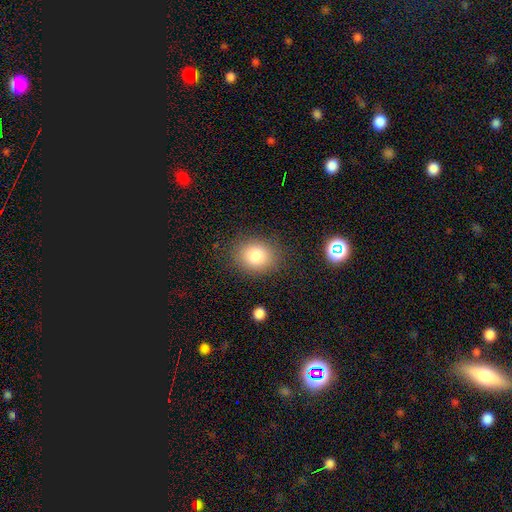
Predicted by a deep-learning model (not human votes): smooth_or_featured: smooth (p=0.82) [alt: star or artifact p=0.10]
how_rounded: round (p=0.66) [alt: in between p=0.33]
merging: none (p=0.85) [alt: minor disturbance p=0.10]